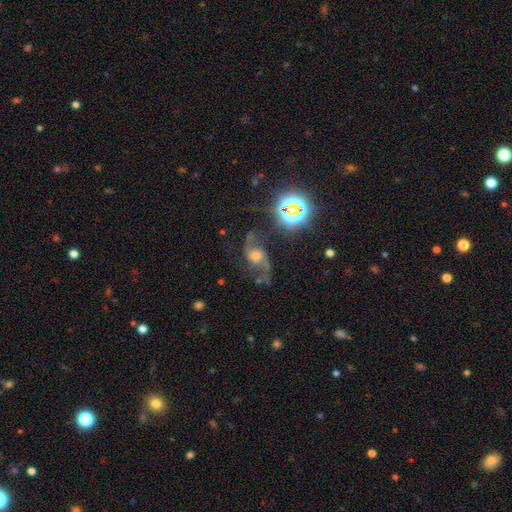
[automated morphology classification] A featured or disk galaxy (73%) with no bar (60%), 2 (90%) loose (77%) spiral arms (94%) and a moderate central bulge (51%).

Vote fractions:
- Smooth or featured? featured or disk: 73% / star or artifact: 17% / smooth: 10%
- Edge-on disk? no: 96% / yes: 4%
- Bar? no: 60% / weak: 32% / strong: 9%
- Spiral arms? yes: 94% / no: 6%
- Spiral winding? loose: 77% / medium: 20% / tight: 4%
- Spiral arm count? 2: 90% / 1: 4% / can't tell: 3% / 3: 1% / 4: 1% / more than 4: 1%
- Bulge size? moderate: 51% / small: 23% / large: 16% / none: 7% / dominant: 3%
- Merging? none: 64% / minor disturbance: 17% / major disturbance: 15% / merger: 4%